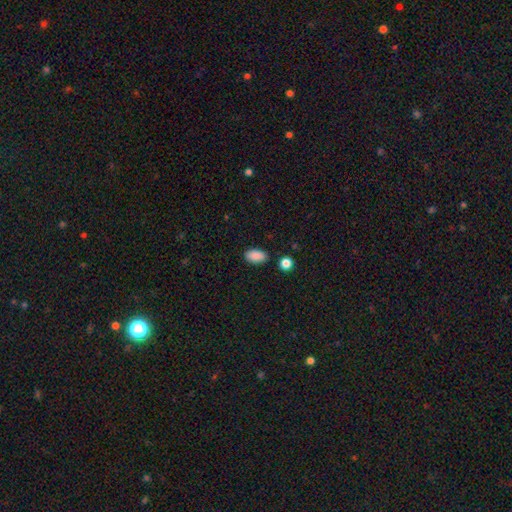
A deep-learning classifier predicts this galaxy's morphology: A smooth galaxy with no disk features (89%) that is in between round and cigar-shaped (93%).

Vote fractions:
- Smooth or featured? smooth: 89% / star or artifact: 8% / featured or disk: 4%
- How rounded? in between: 93% / round: 5% / cigar-shaped: 3%
- Merging? none: 86% / minor disturbance: 9% / merger: 3% / major disturbance: 2%